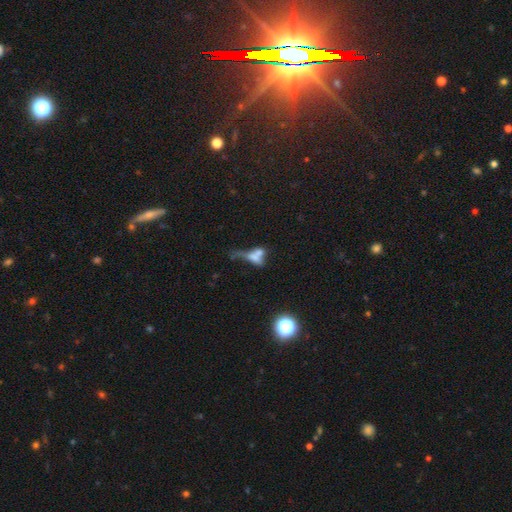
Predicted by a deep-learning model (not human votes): Q: Smooth or featured?
A: smooth (52%); runner-up: featured or disk (32%)
Q: How rounded?
A: in between (57%); runner-up: cigar-shaped (25%)
Q: Merging?
A: merger (49%); runner-up: major disturbance (21%)